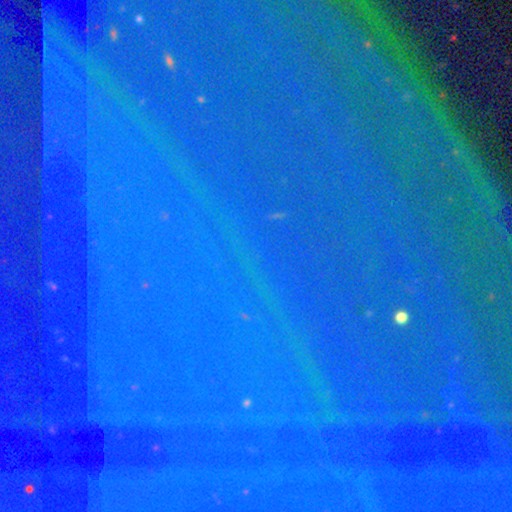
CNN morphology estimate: This is clearly a star or artifact rather than a galaxy (84%).